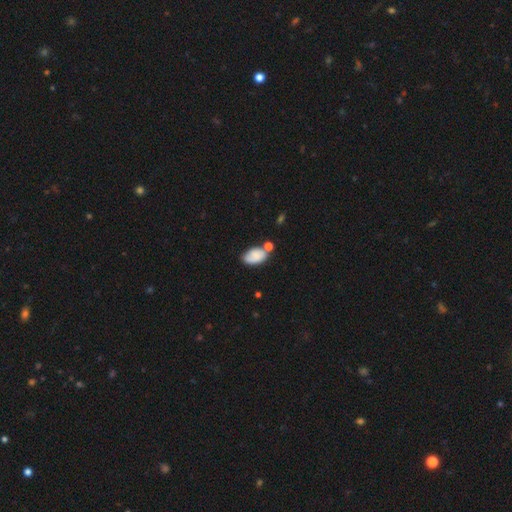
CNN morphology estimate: The model was most divided on "merging": none: 50%, merger: 22%, minor disturbance: 22%, major disturbance: 6%. More confident: how rounded — in between (92%); smooth or featured — smooth (75%).